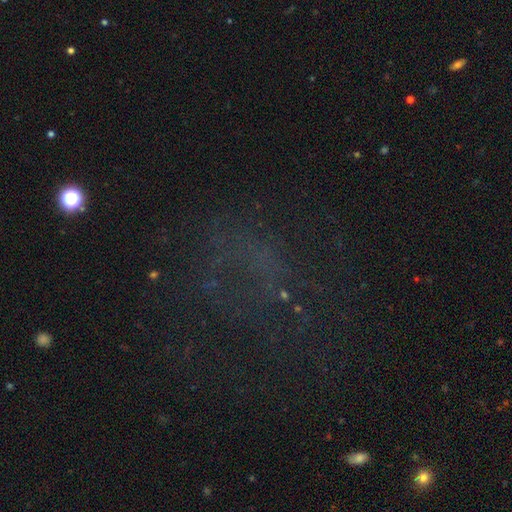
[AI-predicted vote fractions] Smooth or featured: star or artifact — 46% (featured or disk — 29%)